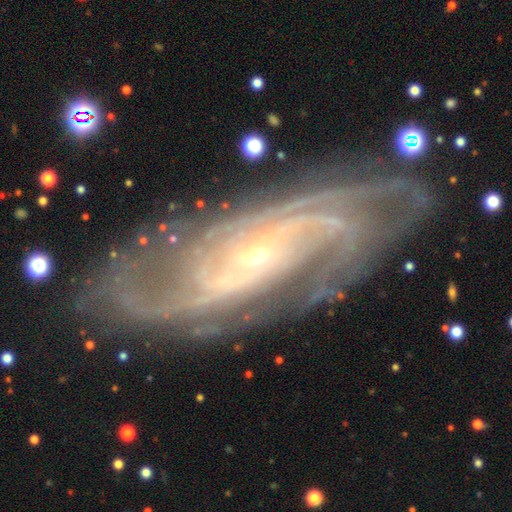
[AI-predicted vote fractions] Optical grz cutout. It shows a featured or disk galaxy (90%) with no bar (58%), 2 (26%) tight (51%) spiral arms (98%) and a small central bulge (84%). Merging: none (79%).